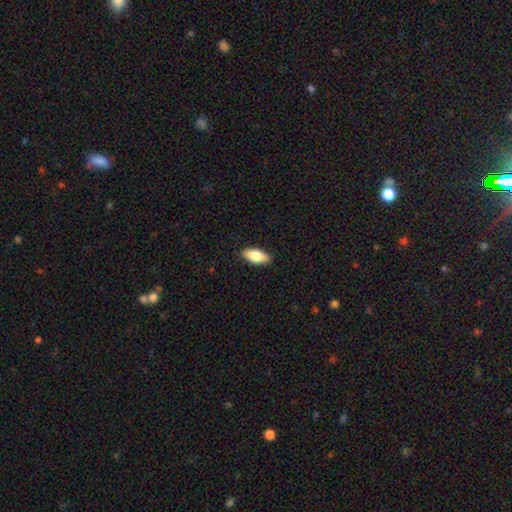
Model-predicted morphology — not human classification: A smooth galaxy with no disk features (79%) that is in between round and cigar-shaped (86%).

Vote fractions:
- Smooth or featured? smooth: 79% / featured or disk: 14% / star or artifact: 6%
- How rounded? in between: 86% / cigar-shaped: 11% / round: 3%
- Merging? none: 89% / minor disturbance: 8% / major disturbance: 2% / merger: 1%